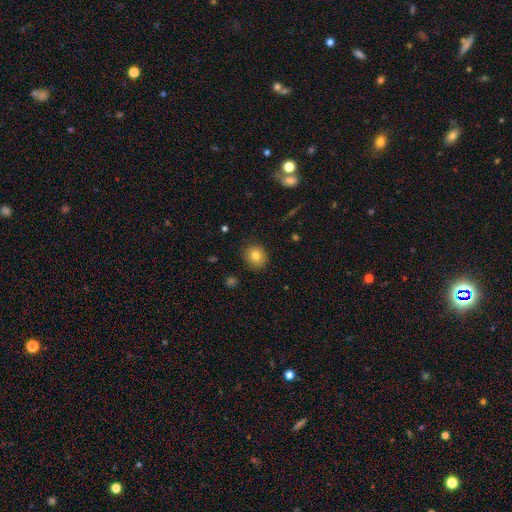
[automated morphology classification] Smooth or featured: smooth — 81% (star or artifact — 10%)
How rounded: round — 83% (in between — 16%)
Merging: none — 89% (minor disturbance — 8%)